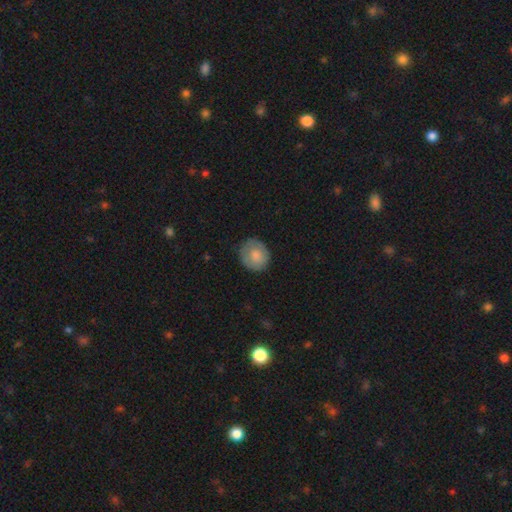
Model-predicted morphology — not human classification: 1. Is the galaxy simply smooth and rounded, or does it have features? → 79% smooth, 15% featured or disk, 7% star or artifact.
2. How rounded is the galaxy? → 81% round, 18% in between, 1% cigar-shaped.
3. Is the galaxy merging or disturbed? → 79% none, 15% minor disturbance, 4% major disturbance, 1% merger.